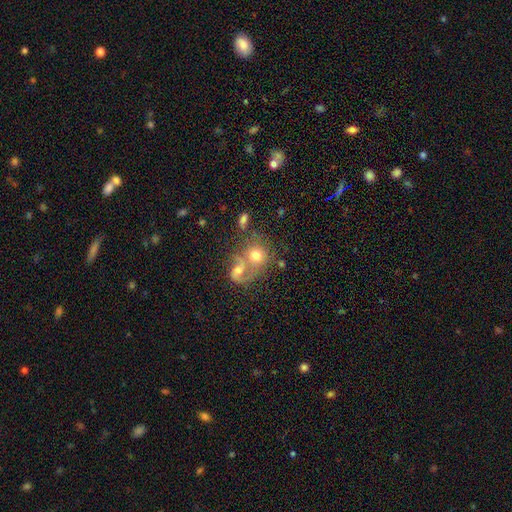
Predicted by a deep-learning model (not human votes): Smooth or featured: smooth — 56% (featured or disk — 34%)
How rounded: round — 72% (in between — 27%)
Merging: merger — 57% (none — 26%)